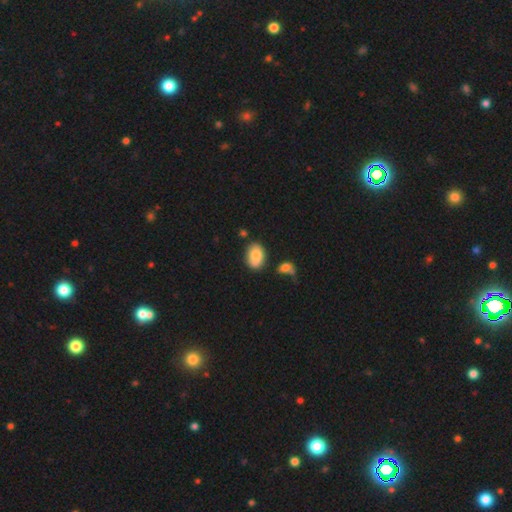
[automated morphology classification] type=smooth (80%); roundness=in between (79%); merging=none (57%).